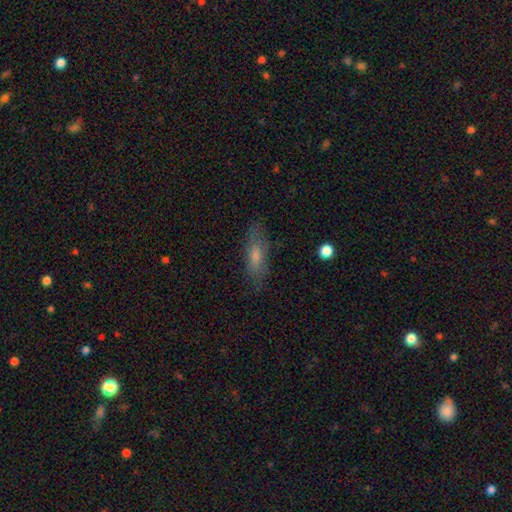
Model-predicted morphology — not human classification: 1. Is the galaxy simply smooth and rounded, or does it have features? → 58% smooth, 32% featured or disk, 10% star or artifact.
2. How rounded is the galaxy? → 49% cigar-shaped, 48% in between, 3% round.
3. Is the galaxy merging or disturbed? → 80% none, 15% minor disturbance, 4% major disturbance, 1% merger.